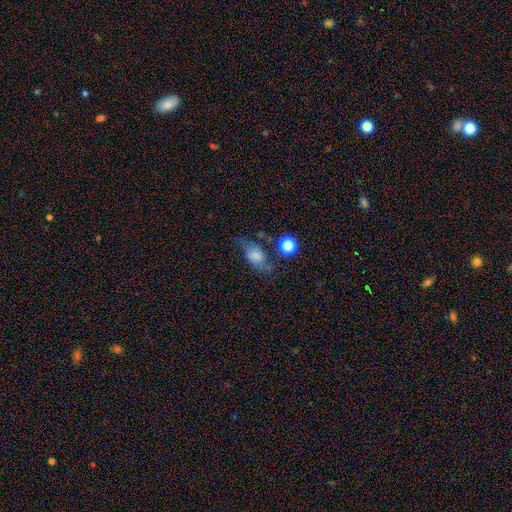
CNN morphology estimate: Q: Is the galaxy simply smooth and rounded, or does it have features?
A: smooth — 67%.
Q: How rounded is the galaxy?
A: in between — 76%.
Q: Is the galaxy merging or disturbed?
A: none — 52%.